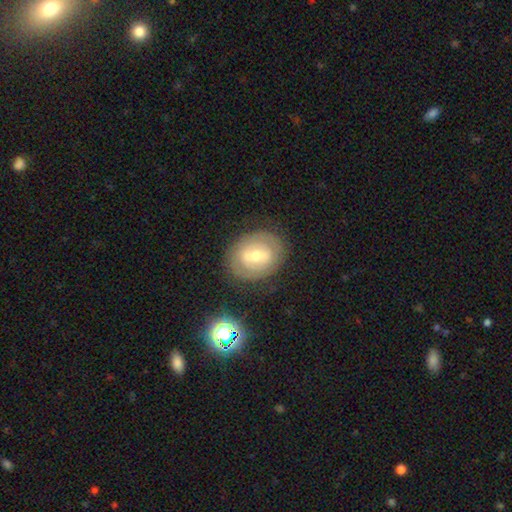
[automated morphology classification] featured or disk 59%, smooth 32%, star or artifact 8%. Down the decision tree: edge-on disk — no (95%); bar — weak (46%); spiral arms — no (51%); bulge size — moderate (55%); merging — none (80%).